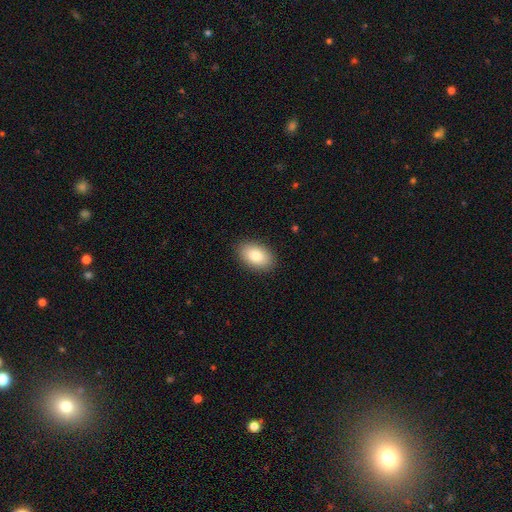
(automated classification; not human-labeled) This appears to be a smooth galaxy with no disk features (83%) that is in between round and cigar-shaped (90%). Merging: none (89%).